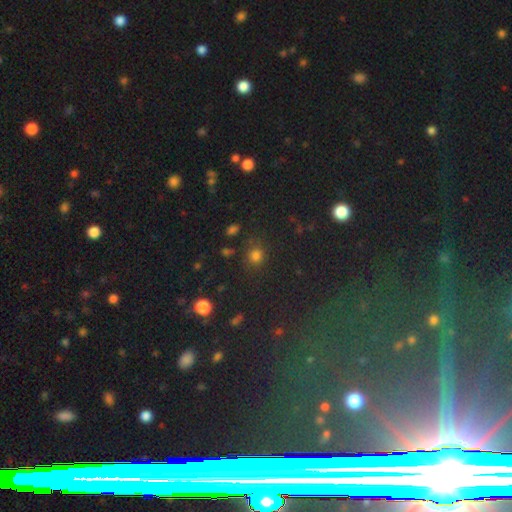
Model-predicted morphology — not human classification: Smooth or featured? Predicted: smooth (p=0.72). How rounded? Predicted: round (p=0.78). Merging? Predicted: none (p=0.75).